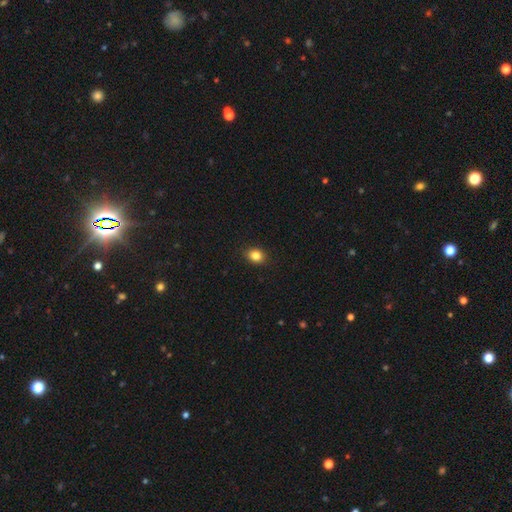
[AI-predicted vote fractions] A smooth galaxy with no disk features (84%) that is round (58%). Merging: none (90%).